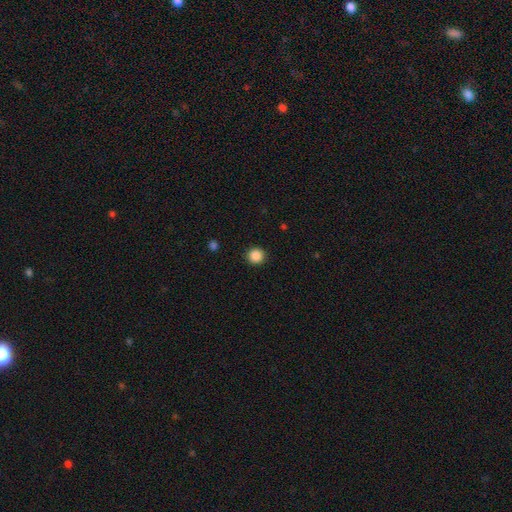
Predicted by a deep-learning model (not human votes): Q: Smooth or featured?
A: smooth (87%); runner-up: star or artifact (10%)
Q: How rounded?
A: round (93%); runner-up: in between (6%)
Q: Merging?
A: none (92%); runner-up: minor disturbance (5%)